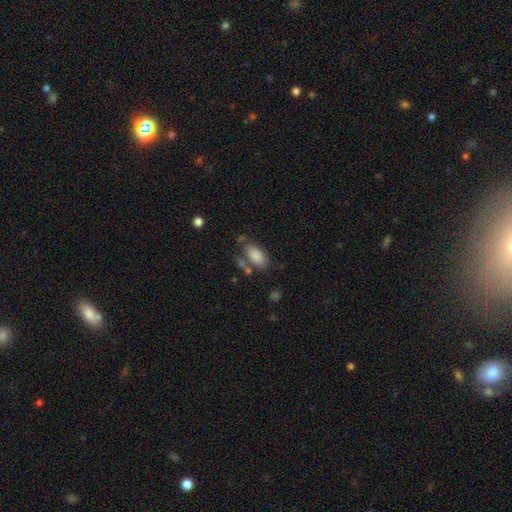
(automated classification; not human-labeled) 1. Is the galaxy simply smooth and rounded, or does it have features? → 84% smooth, 8% featured or disk, 7% star or artifact.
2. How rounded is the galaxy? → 92% in between, 5% cigar-shaped, 4% round.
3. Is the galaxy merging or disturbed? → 64% none, 18% minor disturbance, 12% merger, 7% major disturbance.